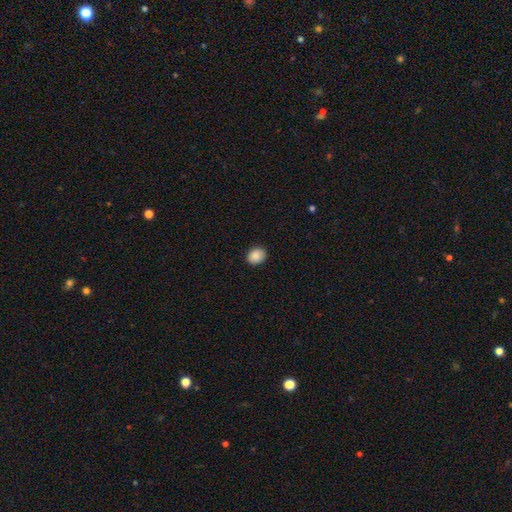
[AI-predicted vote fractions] Overall: smooth (89%). How rounded: round (54%; in between 45%). Merging: none (90%).